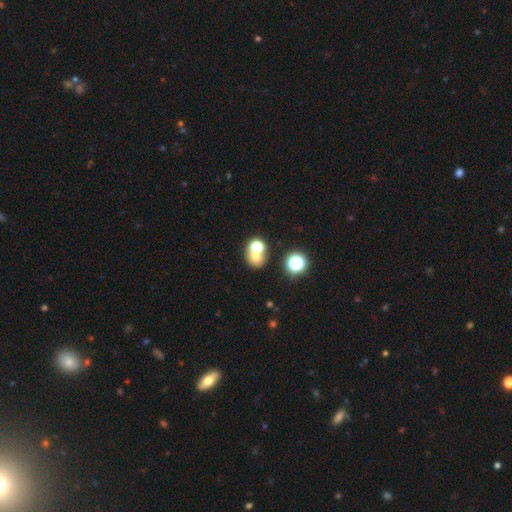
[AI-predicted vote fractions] A smooth galaxy with no disk features (65%) that is round (72%).

Vote fractions:
- Smooth or featured? smooth: 65% / star or artifact: 20% / featured or disk: 15%
- How rounded? round: 72% / in between: 27% / cigar-shaped: 1%
- Merging? none: 45% / merger: 44% / minor disturbance: 7% / major disturbance: 4%